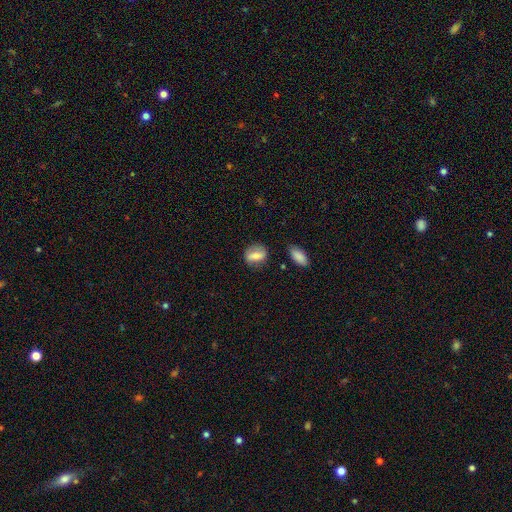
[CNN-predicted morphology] A smooth galaxy with no disk features (68%) that is in between round and cigar-shaped (64%). Merging: none (72%).